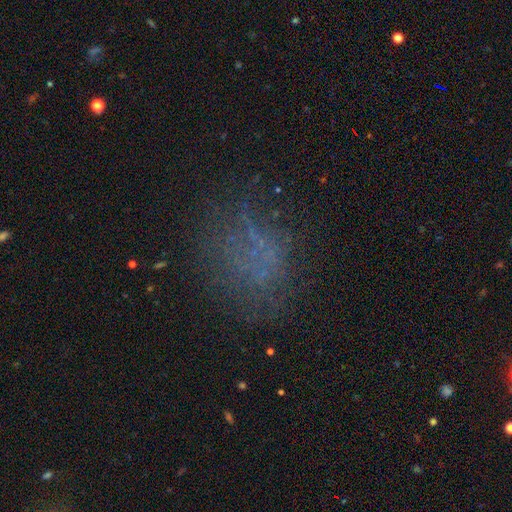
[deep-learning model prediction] A smooth galaxy with no disk features (43%).

Vote fractions:
- Smooth or featured? smooth: 43% / star or artifact: 32% / featured or disk: 26%
- Merging? none: 64% / major disturbance: 18% / minor disturbance: 16% / merger: 3%